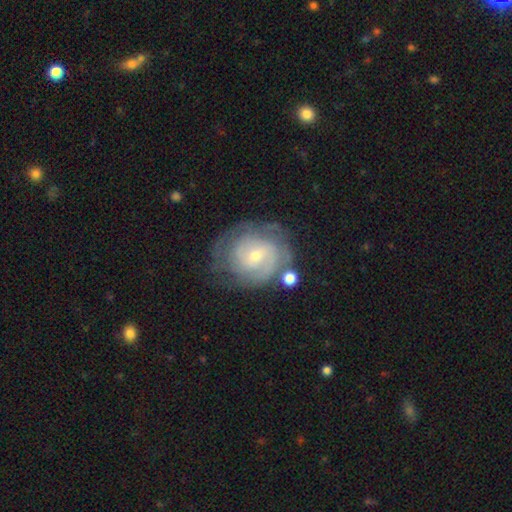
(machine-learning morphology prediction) Smooth or featured?
  - featured or disk: 77% *
  - smooth: 16%
  - star or artifact: 7%
Edge-on disk?
  - no: 97% *
  - yes: 3%
Bar?
  - no: 54% *
  - weak: 39%
  - strong: 7%
Spiral arms?
  - yes: 90% *
  - no: 10%
Spiral winding?
  - tight: 66% *
  - medium: 27%
  - loose: 7%
Spiral arm count?
  - can't tell: 42% *
  - 2: 27%
  - 3: 16%
  - 4: 6%
  - 1: 5%
  - more than 4: 4%
Bulge size?
  - small: 62% *
  - moderate: 35%
  - large: 2%
  - none: 1%
  - dominant: 1%
Merging?
  - none: 64% *
  - minor disturbance: 20%
  - major disturbance: 10%
  - merger: 6%